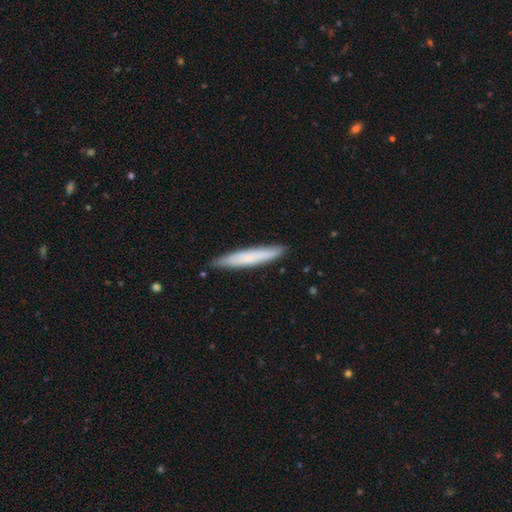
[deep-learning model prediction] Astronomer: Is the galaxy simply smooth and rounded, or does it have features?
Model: smooth — 69%.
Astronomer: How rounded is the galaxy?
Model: cigar-shaped — 95%.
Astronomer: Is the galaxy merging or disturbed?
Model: none — 89%.